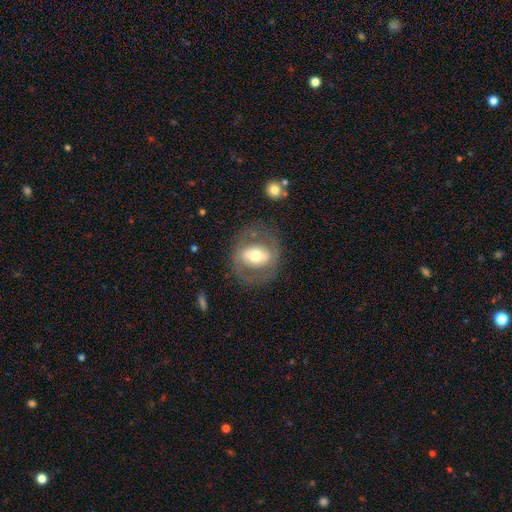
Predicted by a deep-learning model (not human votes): A featured or disk galaxy (58%) with a strong bar (39%), no spiral arms (65%) and a moderate central bulge (62%). Merging: none (72%).